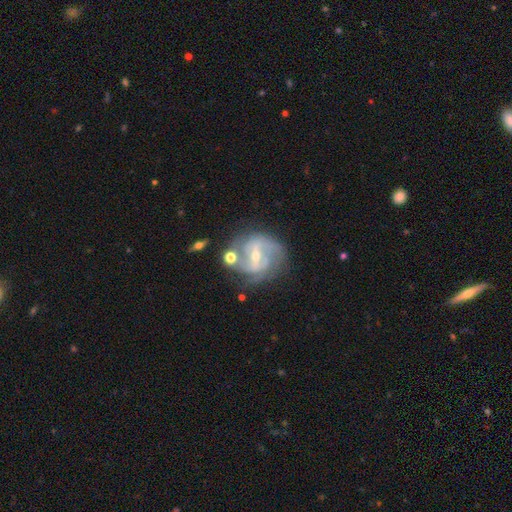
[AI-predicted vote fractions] Smooth or featured?
  - featured or disk: 86% *
  - smooth: 8%
  - star or artifact: 6%
Edge-on disk?
  - no: 97% *
  - yes: 3%
Bar?
  - strong: 43% * (tied)
  - weak: 43% * (tied)
  - no: 14%
Spiral arms?
  - yes: 94% *
  - no: 6%
Spiral winding?
  - medium: 47% *
  - tight: 36%
  - loose: 17%
Spiral arm count?
  - 2: 53% *
  - 3: 19%
  - can't tell: 16%
  - 4: 5%
  - 1: 4%
  - more than 4: 3%
Bulge size?
  - small: 58% *
  - moderate: 38%
  - none: 2%
  - large: 1%
  - dominant: 1%
Merging?
  - none: 62% *
  - minor disturbance: 18%
  - merger: 10%
  - major disturbance: 10%